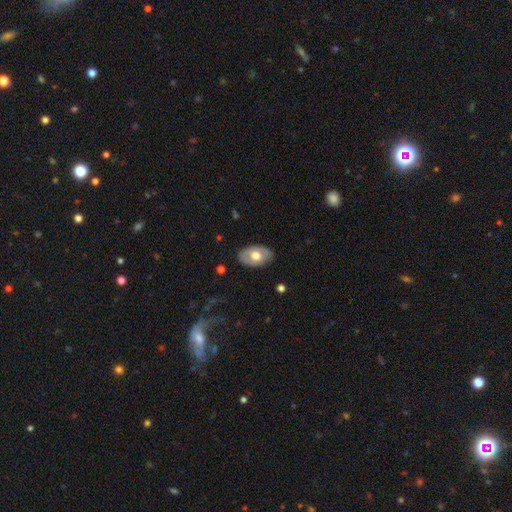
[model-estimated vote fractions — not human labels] Smooth or featured?
  - smooth: 55% *
  - featured or disk: 40%
  - star or artifact: 6%
How rounded?
  - in between: 89% *
  - round: 10%
  - cigar-shaped: 1%
Merging?
  - none: 83% *
  - minor disturbance: 13%
  - major disturbance: 3%
  - merger: 1%